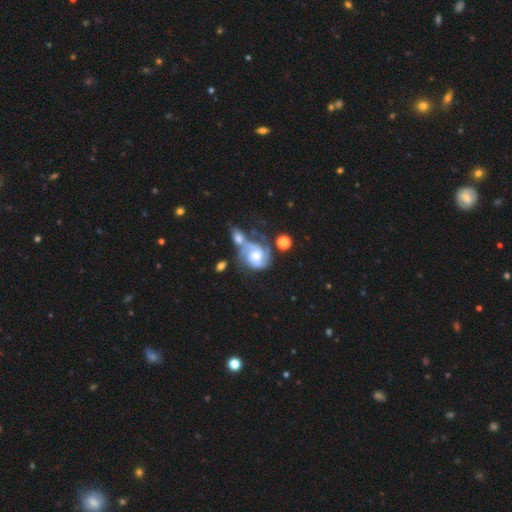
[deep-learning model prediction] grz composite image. It shows a featured or disk galaxy (85%) with no bar (56%), 2 (55%) tight (46%) spiral arms (96%) and a moderate central bulge (50%). Merging: merger (40%).